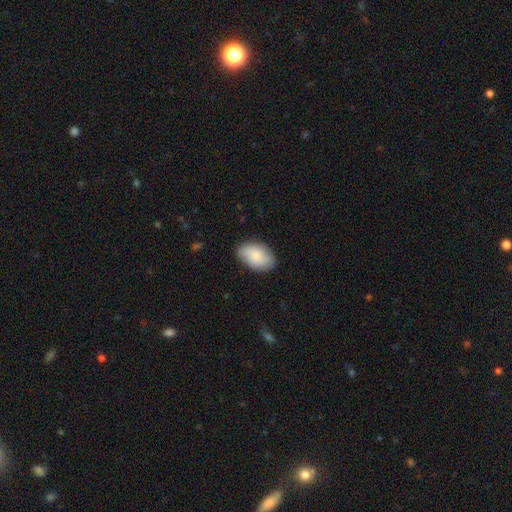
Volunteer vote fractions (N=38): smooth_or_featured: smooth (p=0.58) [alt: featured or disk p=0.37]
how_rounded: in between (p=0.91) [alt: round p=0.09]
merging: none (p=0.81) [alt: minor disturbance p=0.17]